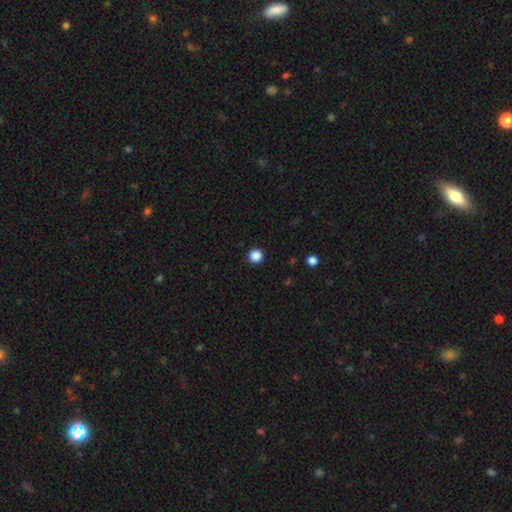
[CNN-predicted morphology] A smooth galaxy with no disk features (87%) that is round (96%). Merging: none (93%).